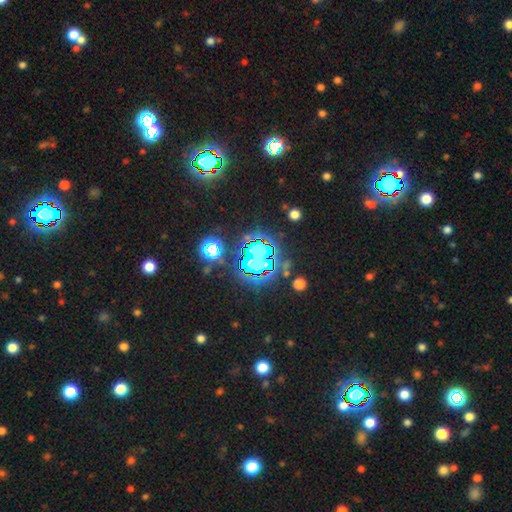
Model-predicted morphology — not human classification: A star or artifact, not a galaxy (80%).

Vote fractions:
- Smooth or featured? star or artifact: 80% / smooth: 13% / featured or disk: 8%